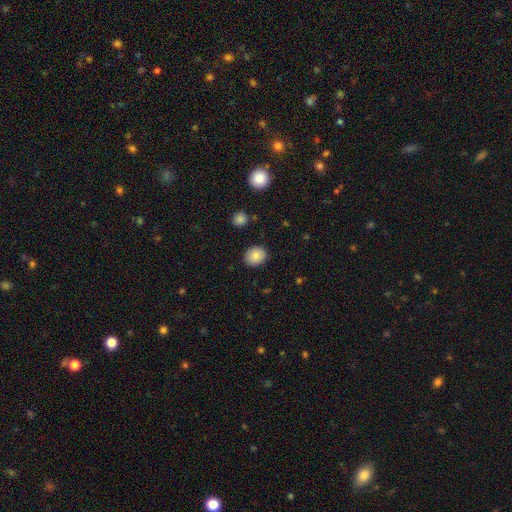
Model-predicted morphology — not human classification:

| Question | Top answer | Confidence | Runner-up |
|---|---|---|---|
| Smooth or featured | smooth | 83% | star or artifact (9%) |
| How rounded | round | 74% | in between (25%) |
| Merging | none | 88% | minor disturbance (8%) |